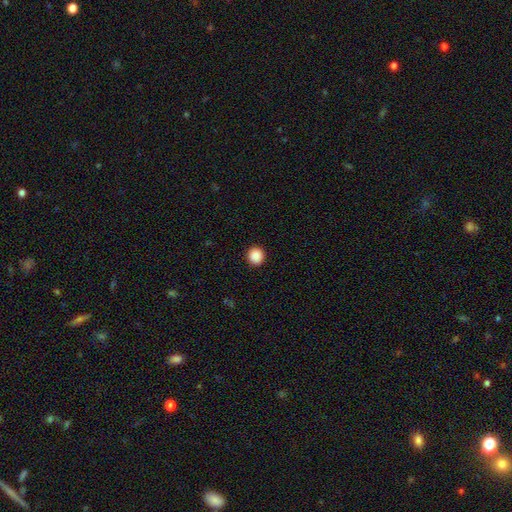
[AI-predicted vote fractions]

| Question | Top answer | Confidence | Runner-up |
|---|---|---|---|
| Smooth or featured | smooth | 88% | star or artifact (9%) |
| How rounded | round | 91% | in between (8%) |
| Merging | none | 92% | minor disturbance (5%) |